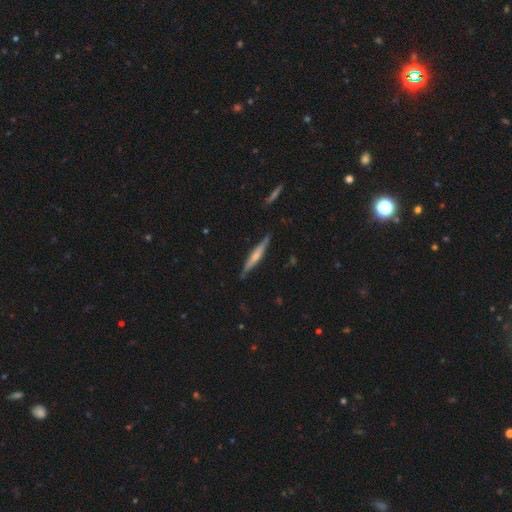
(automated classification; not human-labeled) This is possibly a featured or disk galaxy (55%). It is clearly viewed edge-on (96%). Edge-on bulge: possibly rounded (50%). Merging: clearly none (85%).